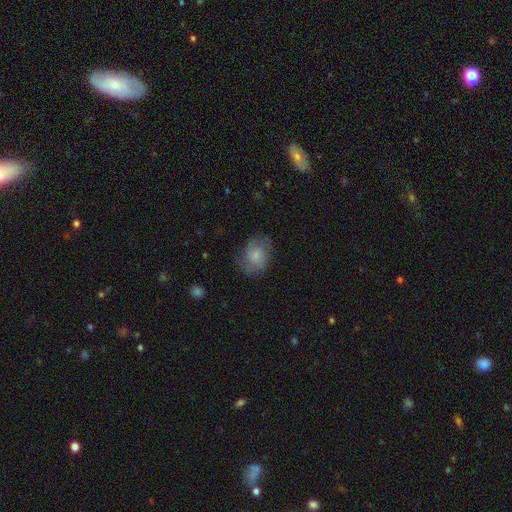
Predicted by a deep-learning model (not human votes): A smooth galaxy with no disk features (55%) that is in between round and cigar-shaped (56%). Merging: none (63%).